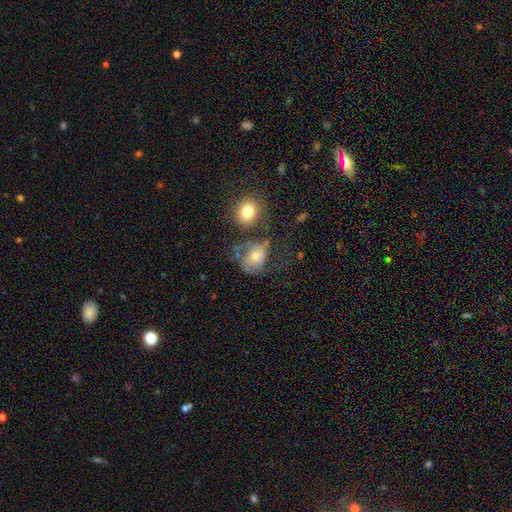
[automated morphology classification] A featured or disk galaxy (50%).

Vote fractions:
- Smooth or featured? featured or disk: 50% / smooth: 39% / star or artifact: 11%
- Edge-on disk? no: 97% / yes: 3%
- Merging? major disturbance: 34% / none: 32% / minor disturbance: 21% / merger: 13%